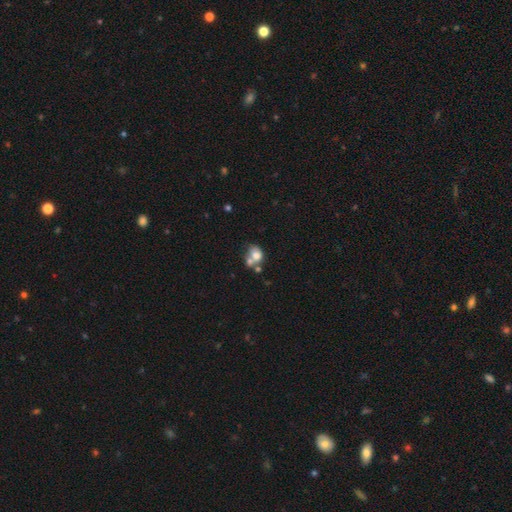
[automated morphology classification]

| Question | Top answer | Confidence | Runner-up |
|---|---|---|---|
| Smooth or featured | smooth | 68% | featured or disk (21%) |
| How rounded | in between | 51% | round (48%) |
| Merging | merger | 53% | none (28%) |